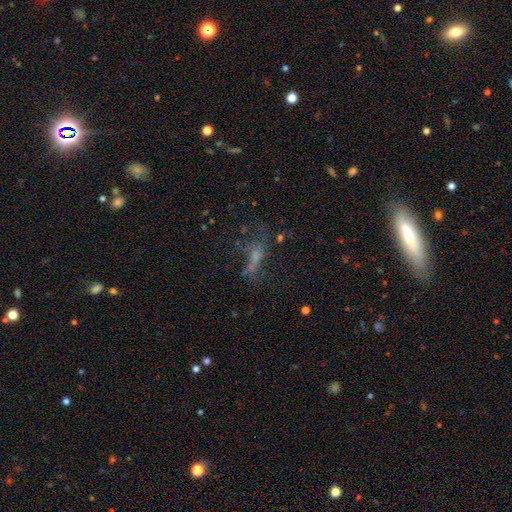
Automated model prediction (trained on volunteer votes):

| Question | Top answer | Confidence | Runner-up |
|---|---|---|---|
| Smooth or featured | featured or disk | 37% | smooth (36%) |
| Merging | none | 39% | major disturbance (36%) |